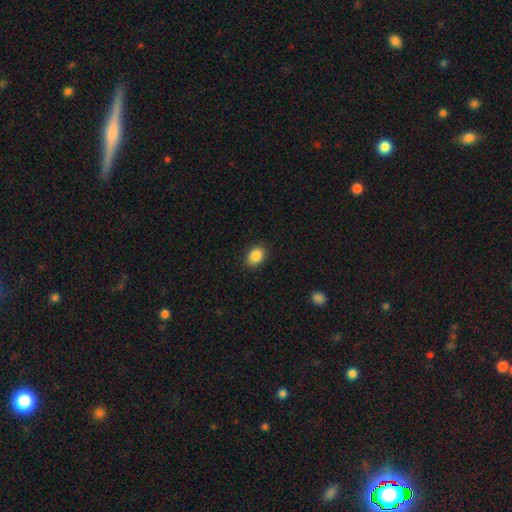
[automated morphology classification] A smooth galaxy with no disk features (88%) that is in between round and cigar-shaped (71%).

Vote fractions:
- Smooth or featured? smooth: 88% / star or artifact: 8% / featured or disk: 4%
- How rounded? in between: 71% / round: 28% / cigar-shaped: 1%
- Merging? none: 89% / minor disturbance: 8% / major disturbance: 2% / merger: 1%